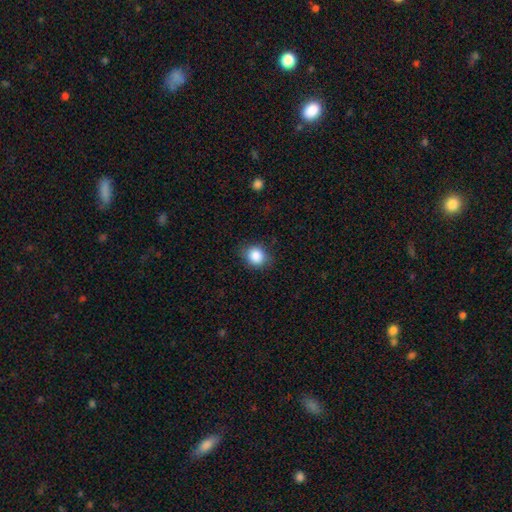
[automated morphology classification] A smooth galaxy with no disk features (86%) that is round (71%). Merging: none (83%).